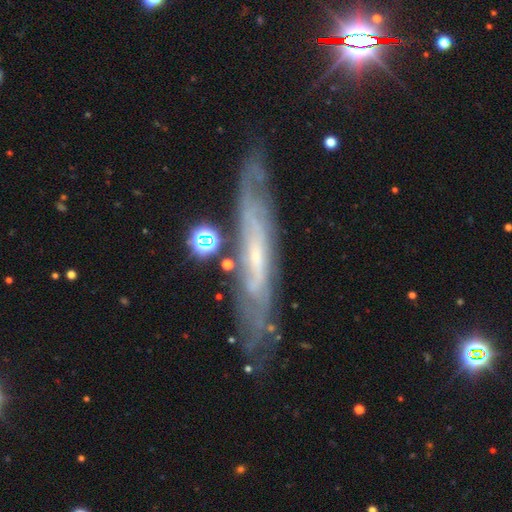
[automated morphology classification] Smooth or featured? Predicted: featured or disk (p=0.76). Edge-on disk? Predicted: no (p=0.52). Merging? Predicted: none (p=0.78).